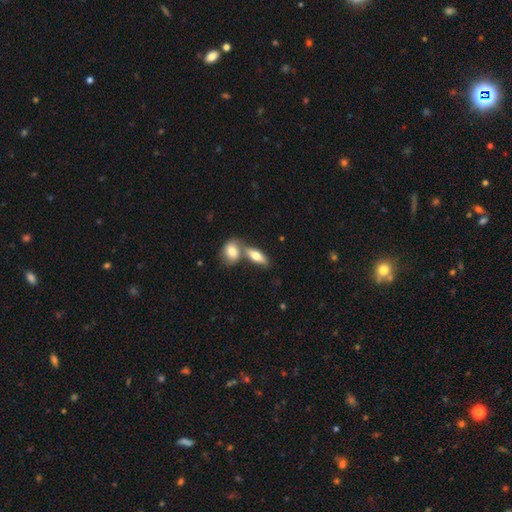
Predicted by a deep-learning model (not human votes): smooth_or_featured: smooth (p=0.68) [alt: featured or disk p=0.26]
how_rounded: in between (p=0.70) [alt: cigar-shaped p=0.25]
merging: merger (p=0.49) [alt: none p=0.40]